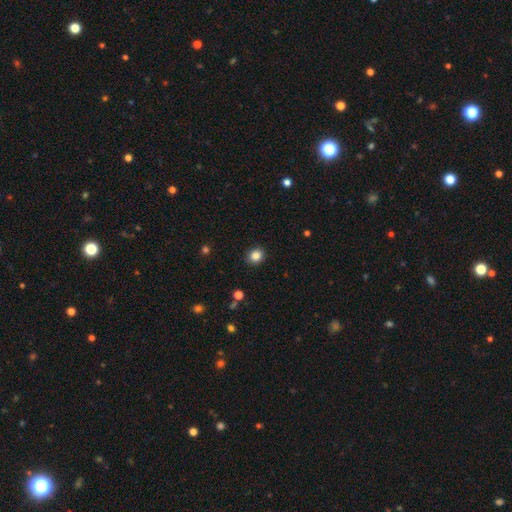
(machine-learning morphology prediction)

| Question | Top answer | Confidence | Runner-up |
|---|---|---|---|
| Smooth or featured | smooth | 85% | star or artifact (10%) |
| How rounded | round | 76% | in between (23%) |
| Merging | none | 90% | minor disturbance (7%) |